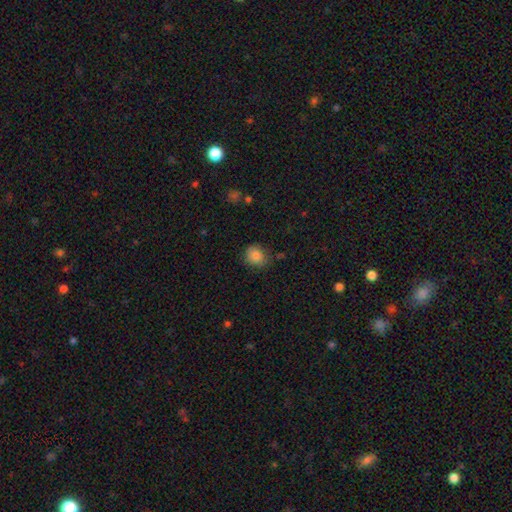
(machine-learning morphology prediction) smooth 85%, star or artifact 10%, featured or disk 5%. Down the decision tree: how rounded — round (69%); merging — none (77%).